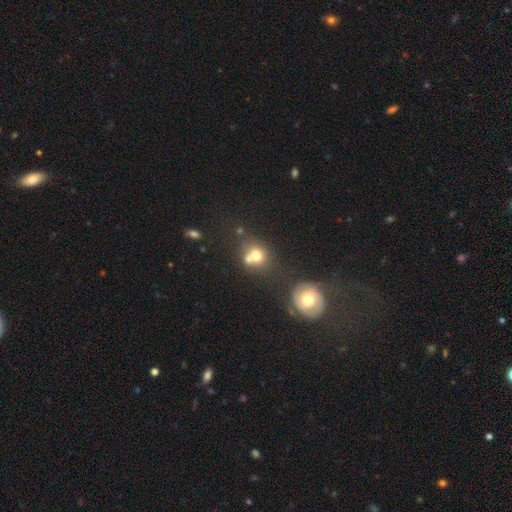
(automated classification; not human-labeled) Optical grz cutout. It shows a smooth galaxy with no disk features (71%) that is round (76%). Merging: merger (45%).